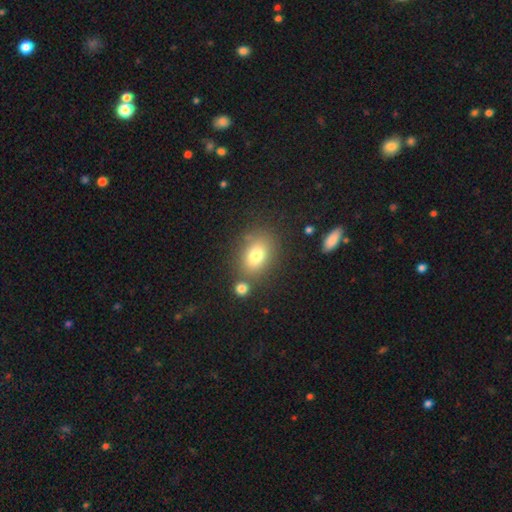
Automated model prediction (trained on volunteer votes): Overall: smooth (77%). How rounded: in between (71%). Merging: none (72%).